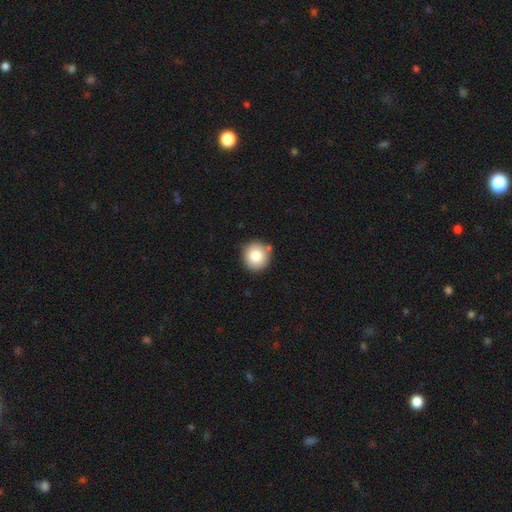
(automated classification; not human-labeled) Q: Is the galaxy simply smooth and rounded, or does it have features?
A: smooth — 80%.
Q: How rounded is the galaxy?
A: round — 93%.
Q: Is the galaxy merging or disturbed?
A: none — 82%.